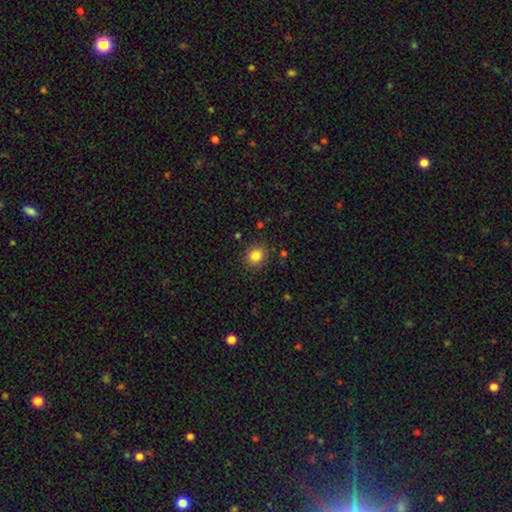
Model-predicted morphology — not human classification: A smooth galaxy with no disk features (84%) that is round (73%).

Vote fractions:
- Smooth or featured? smooth: 84% / star or artifact: 11% / featured or disk: 5%
- How rounded? round: 73% / in between: 27% / cigar-shaped: 1%
- Merging? none: 86% / minor disturbance: 9% / major disturbance: 3% / merger: 2%